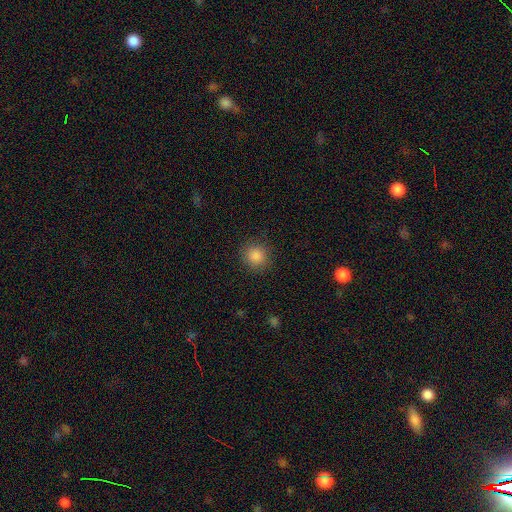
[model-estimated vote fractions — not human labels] smooth-or-featured: smooth: 86% | star or artifact: 11% | featured or disk: 3%
  how-rounded: round: 90% | in between: 9% | cigar-shaped: 1%
  merging: none: 88% | minor disturbance: 8% | major disturbance: 3% | merger: 1%